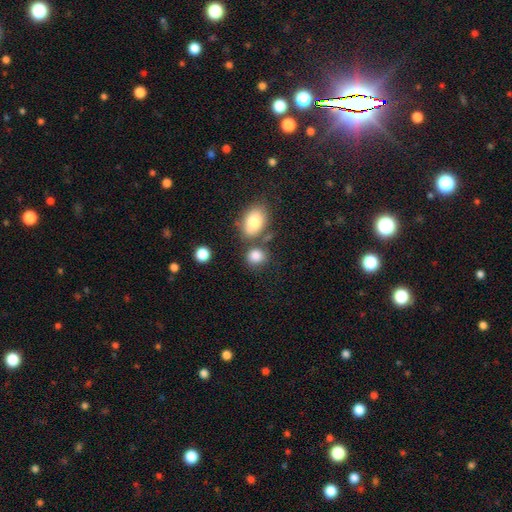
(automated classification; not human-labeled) Smooth or featured: smooth — 84% (star or artifact — 10%)
How rounded: round — 60% (in between — 39%)
Merging: none — 62% (merger — 19%)